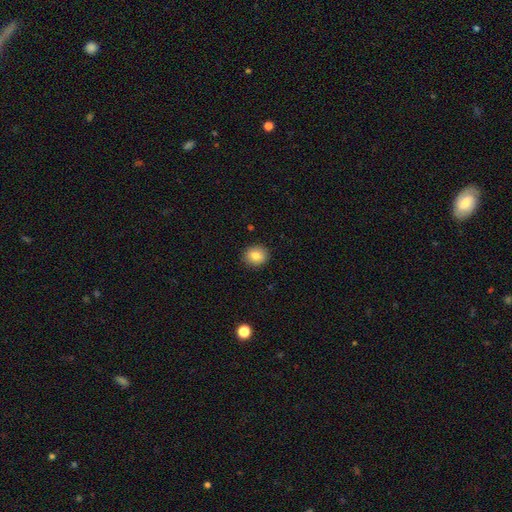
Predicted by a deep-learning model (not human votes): Q: Smooth or featured?
A: smooth (83%); runner-up: star or artifact (9%)
Q: How rounded?
A: round (76%); runner-up: in between (23%)
Q: Merging?
A: none (91%); runner-up: minor disturbance (6%)